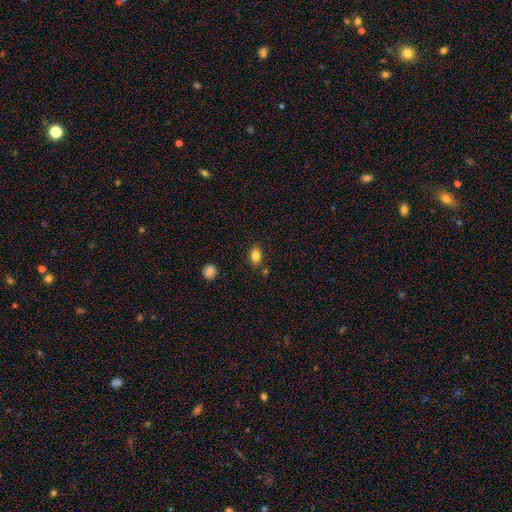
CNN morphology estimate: Overall: smooth (83%). How rounded: in between (74%). Merging: none (82%).